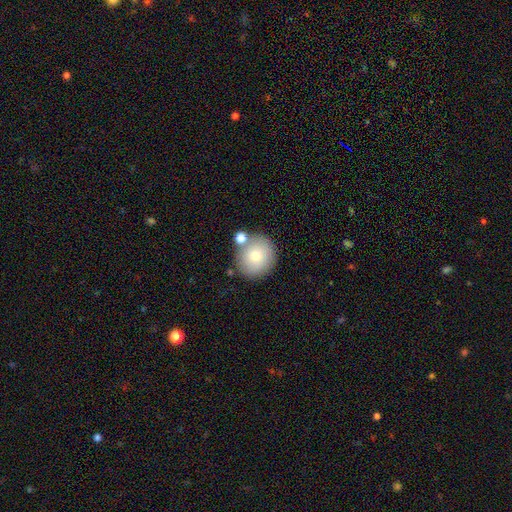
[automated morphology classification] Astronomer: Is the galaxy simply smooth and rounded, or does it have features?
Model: smooth — 74%.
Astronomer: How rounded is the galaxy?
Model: round — 91%.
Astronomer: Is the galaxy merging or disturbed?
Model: none — 74%.